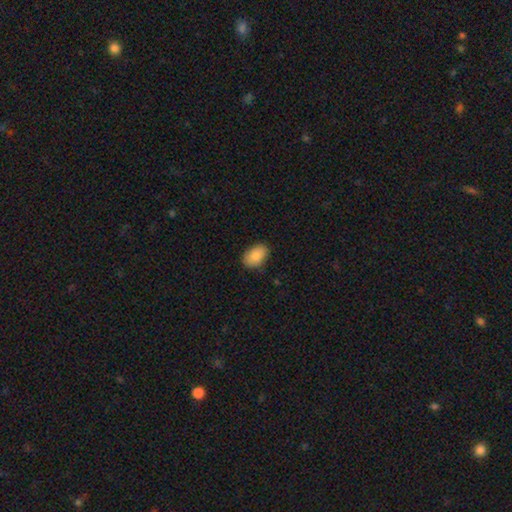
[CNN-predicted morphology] The model was most divided on "merging": none: 84%, minor disturbance: 13%, major disturbance: 2%, merger: 1%. More confident: how rounded — in between (89%); smooth or featured — smooth (87%).